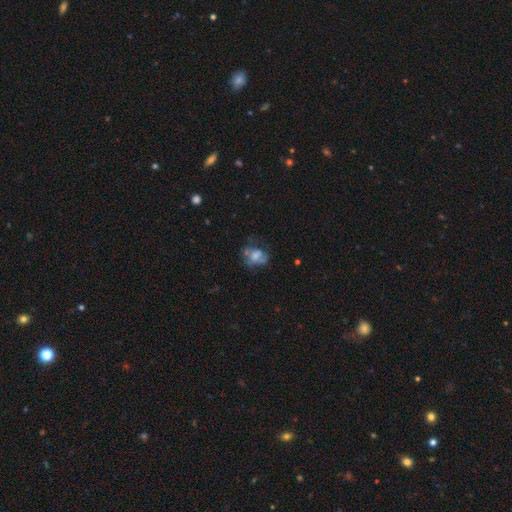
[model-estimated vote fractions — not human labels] smooth_or_featured: smooth (p=0.48) [alt: featured or disk p=0.40]
merging: none (p=0.38) [alt: major disturbance p=0.28]